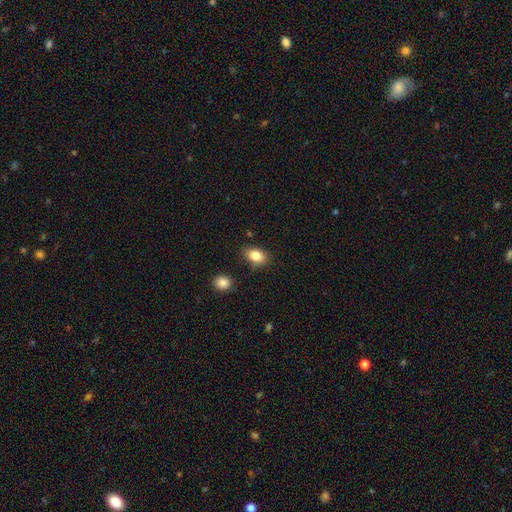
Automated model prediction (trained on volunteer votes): Smooth or featured? smooth (85%)
How rounded? in between (83%)
Merging? none (80%)